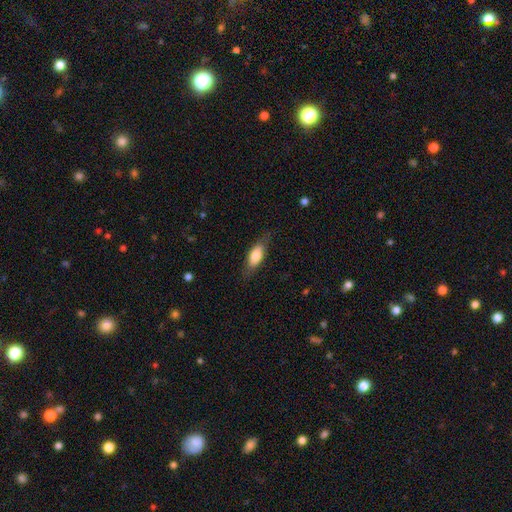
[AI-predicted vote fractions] smooth_or_featured: smooth (p=0.73) [alt: featured or disk p=0.21]
how_rounded: in between (p=0.71) [alt: cigar-shaped p=0.26]
merging: none (p=0.77) [alt: minor disturbance p=0.17]